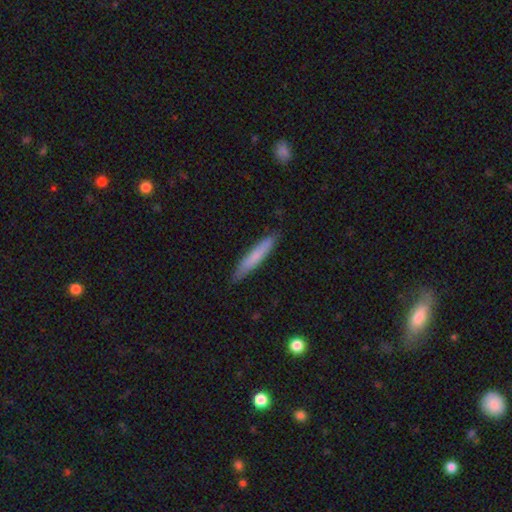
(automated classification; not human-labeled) smooth_or_featured: smooth (p=0.72) [alt: featured or disk p=0.23]
how_rounded: cigar-shaped (p=0.93) [alt: in between p=0.05]
merging: none (p=0.86) [alt: minor disturbance p=0.11]